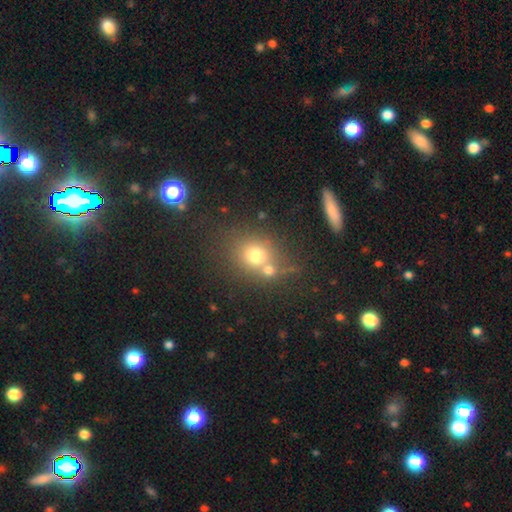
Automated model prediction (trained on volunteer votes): Overall: smooth (70%). How rounded: round (73%). Merging: none (47%; merger 39%).